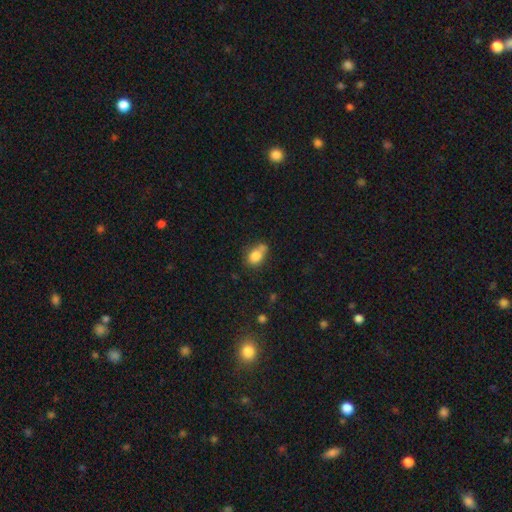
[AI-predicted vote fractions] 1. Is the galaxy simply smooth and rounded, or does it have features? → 80% smooth, 10% star or artifact, 10% featured or disk.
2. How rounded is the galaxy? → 58% in between, 41% round, 1% cigar-shaped.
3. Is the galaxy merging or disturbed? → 44% none, 30% merger, 20% minor disturbance, 7% major disturbance.